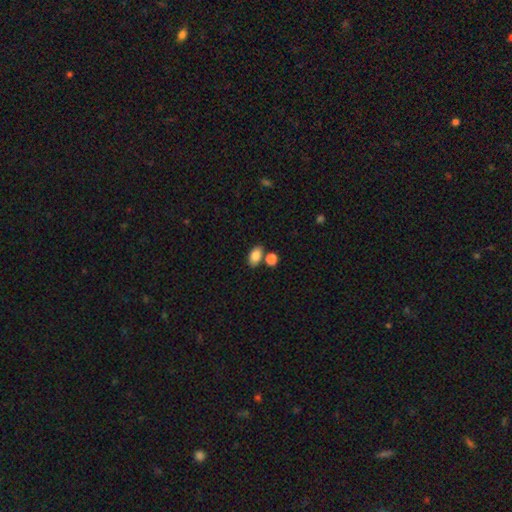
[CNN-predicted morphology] smooth 84%, star or artifact 9%, featured or disk 7%. Down the decision tree: how rounded — in between (87%); merging — none (66%).